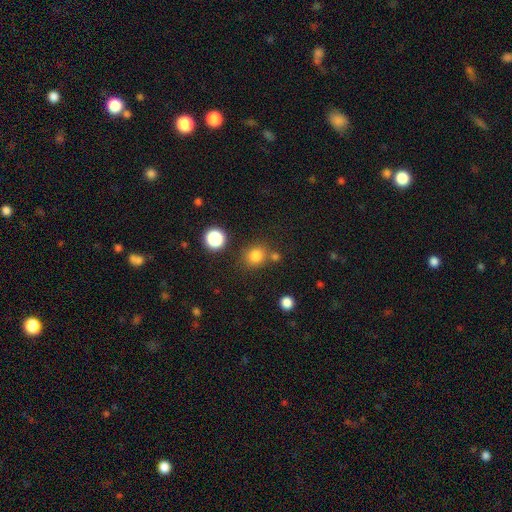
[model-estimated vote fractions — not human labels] smooth 80%, star or artifact 14%, featured or disk 5%. Down the decision tree: how rounded — round (81%); merging — none (74%).